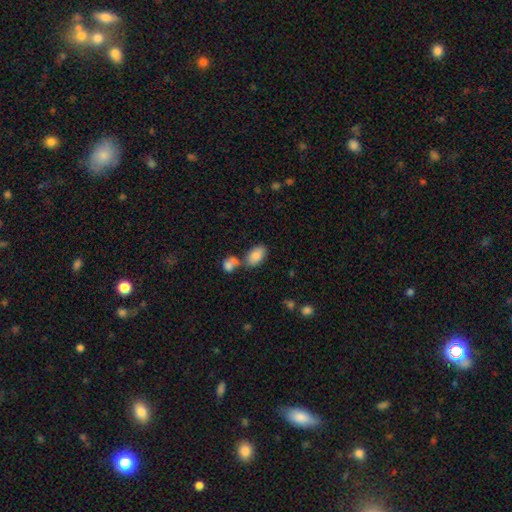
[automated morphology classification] The model was most divided on "merging": none: 54%, merger: 29%, minor disturbance: 13%, major disturbance: 4%. More confident: how rounded — in between (92%); smooth or featured — smooth (84%).